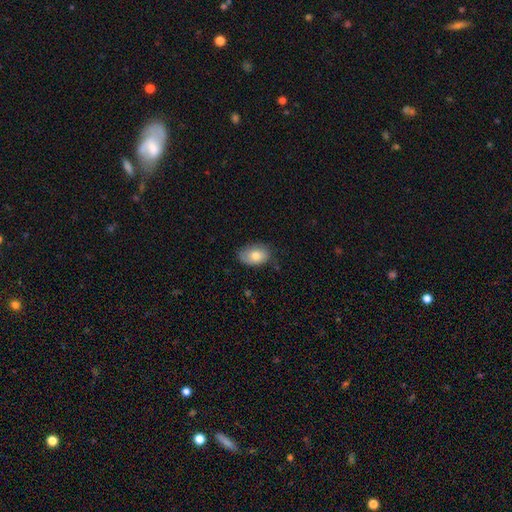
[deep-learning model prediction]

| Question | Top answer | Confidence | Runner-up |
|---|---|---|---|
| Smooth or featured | smooth | 73% | featured or disk (19%) |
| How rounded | in between | 86% | round (13%) |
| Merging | none | 67% | minor disturbance (26%) |